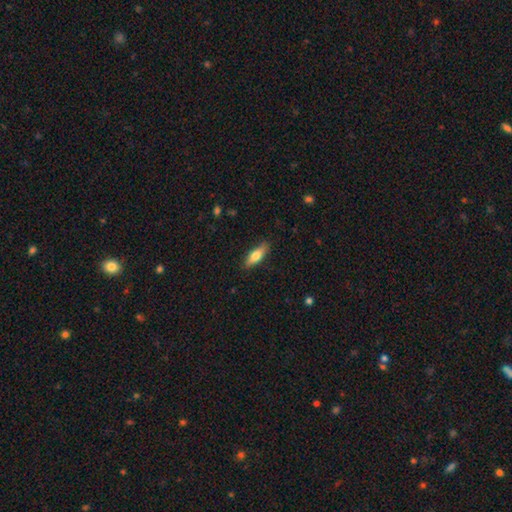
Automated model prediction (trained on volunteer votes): Morphology: type=smooth (73%); roundness=in between (59%); merging=none (85%).